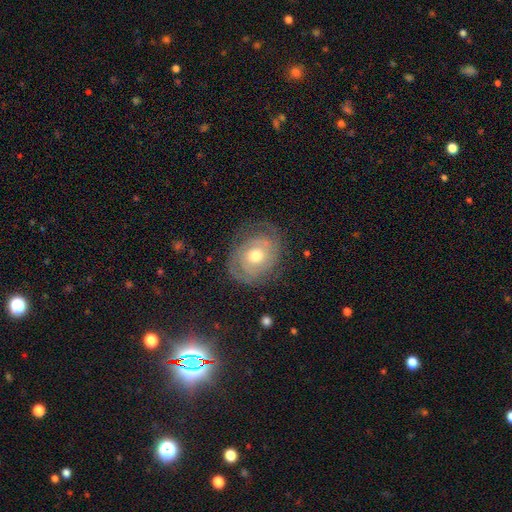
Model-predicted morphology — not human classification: Smooth or featured? Predicted: featured or disk (p=0.75). Edge-on disk? Predicted: no (p=0.97). Bar? Predicted: no (p=0.76). Spiral arms? Predicted: yes (p=0.85). Spiral winding? Predicted: tight (p=0.71). Spiral arm count? Predicted: 2 (p=0.40). Bulge size? Predicted: moderate (p=0.75). Merging? Predicted: none (p=0.74).